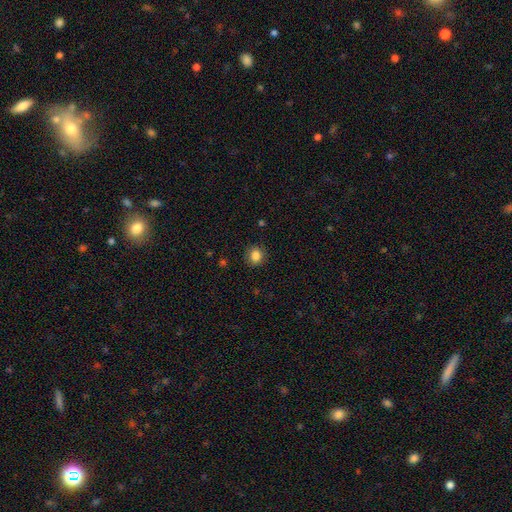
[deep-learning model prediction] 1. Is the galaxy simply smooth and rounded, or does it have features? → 85% smooth, 10% star or artifact, 4% featured or disk.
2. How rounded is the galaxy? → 75% round, 24% in between, 1% cigar-shaped.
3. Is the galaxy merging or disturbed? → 86% none, 10% minor disturbance, 3% major disturbance, 1% merger.